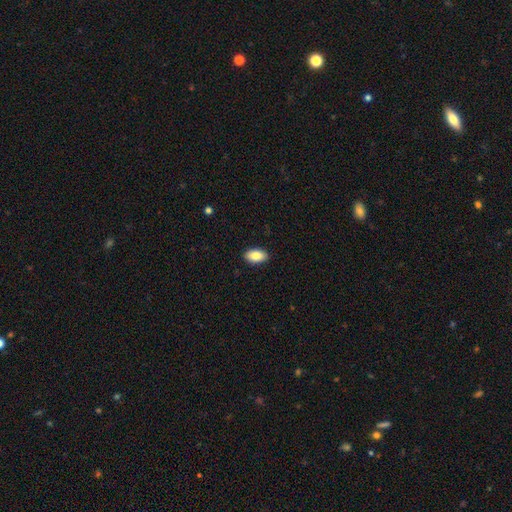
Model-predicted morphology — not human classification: Q: Smooth or featured?
A: smooth (87%); runner-up: star or artifact (7%)
Q: How rounded?
A: in between (94%); runner-up: round (4%)
Q: Merging?
A: none (91%); runner-up: minor disturbance (7%)